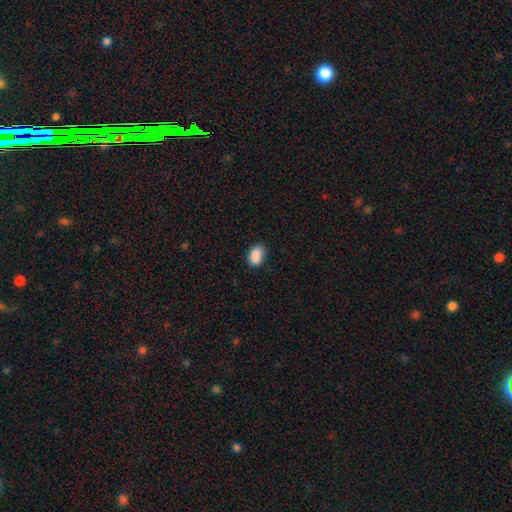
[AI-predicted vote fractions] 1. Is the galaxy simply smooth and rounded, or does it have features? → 88% smooth, 8% star or artifact, 4% featured or disk.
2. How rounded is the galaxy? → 84% in between, 15% round, 1% cigar-shaped.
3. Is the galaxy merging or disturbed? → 76% none, 19% minor disturbance, 3% major disturbance, 2% merger.